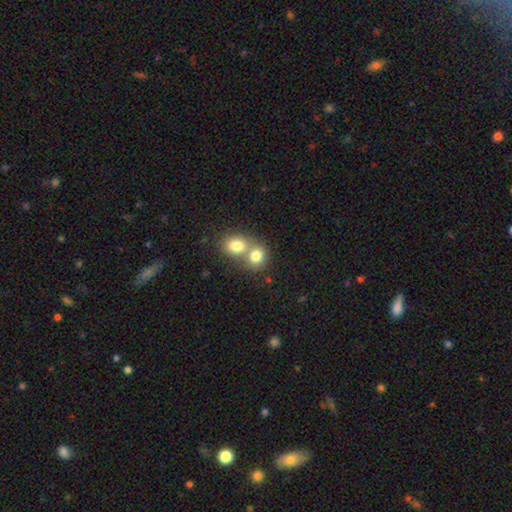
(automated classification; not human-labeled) A smooth galaxy with no disk features (78%) that is round (68%).

Vote fractions:
- Smooth or featured? smooth: 78% / featured or disk: 12% / star or artifact: 10%
- How rounded? round: 68% / in between: 31% / cigar-shaped: 1%
- Merging? merger: 62% / none: 30% / minor disturbance: 6% / major disturbance: 3%